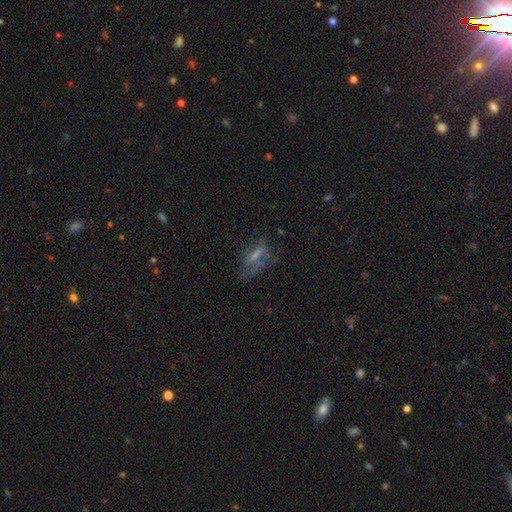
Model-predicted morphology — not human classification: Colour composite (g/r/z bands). It shows a smooth galaxy with no disk features (43%). Merging: none (52%).